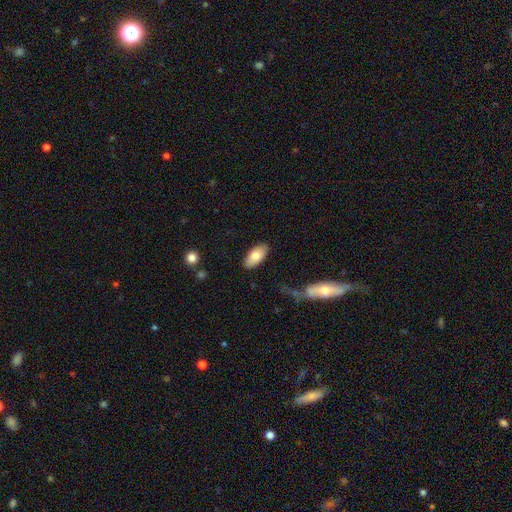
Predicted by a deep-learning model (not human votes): smooth_or_featured: smooth (p=0.79) [alt: featured or disk p=0.15]
how_rounded: in between (p=0.92) [alt: cigar-shaped p=0.06]
merging: none (p=0.85) [alt: minor disturbance p=0.10]